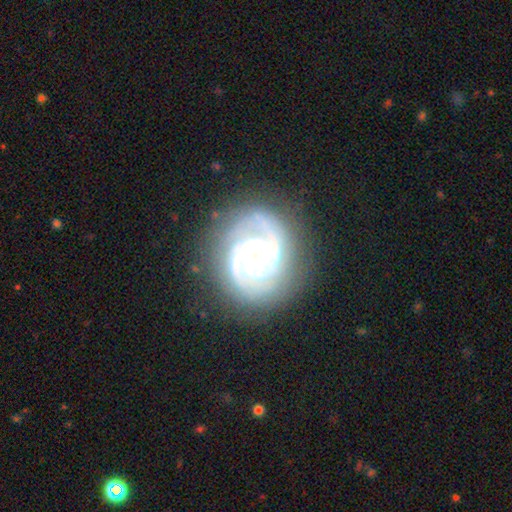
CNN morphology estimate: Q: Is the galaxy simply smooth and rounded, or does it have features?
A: featured or disk — 89%.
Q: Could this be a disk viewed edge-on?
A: no — 98%.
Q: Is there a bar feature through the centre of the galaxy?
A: no — 51%.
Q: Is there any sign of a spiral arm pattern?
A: yes — 98%.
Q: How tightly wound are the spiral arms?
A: tight — 66%.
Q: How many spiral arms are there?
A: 2 — 73%.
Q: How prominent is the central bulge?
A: moderate — 58%.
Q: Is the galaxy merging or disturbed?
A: none — 82%.